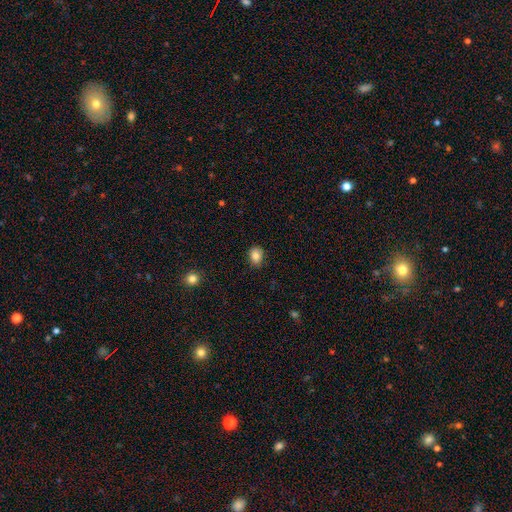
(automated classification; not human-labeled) Smooth or featured? smooth (83%)
How rounded? in between (52%)
Merging? none (84%)